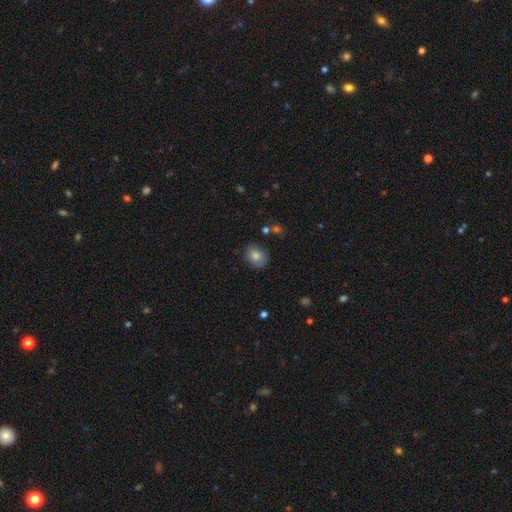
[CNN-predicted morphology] type=smooth (78%); roundness=round (54%); merging=none (80%).